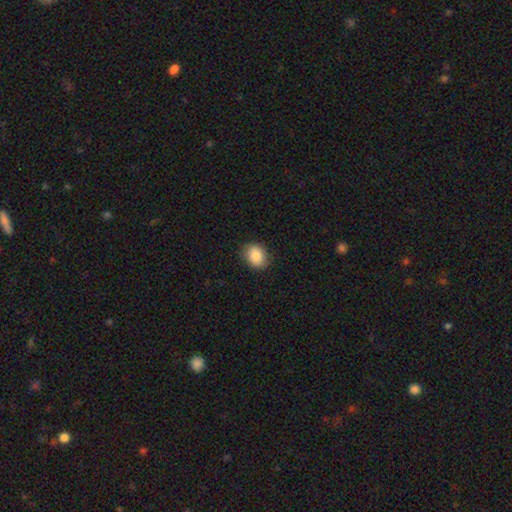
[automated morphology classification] This is clearly a smooth galaxy (85%). How rounded: possibly in between (58%). Merging: clearly none (86%).